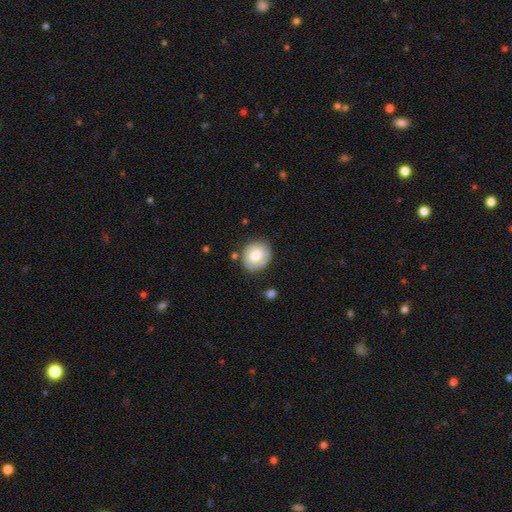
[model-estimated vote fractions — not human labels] The model was most divided on "smooth or featured": smooth: 60%, featured or disk: 32%, star or artifact: 8%. More confident: how rounded — round (72%); merging — none (71%).